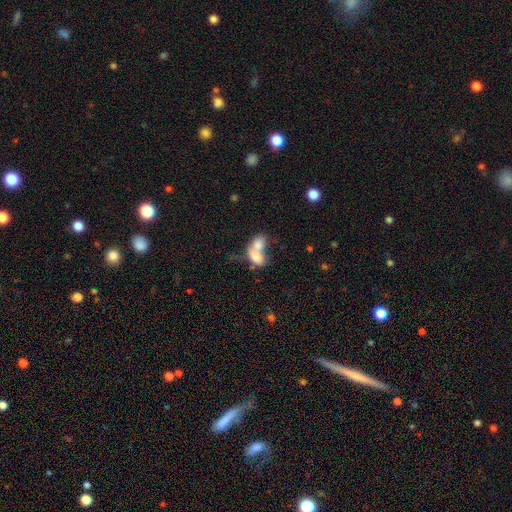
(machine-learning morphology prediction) This appears to be a smooth galaxy with no disk features (73%) that is in between round and cigar-shaped (83%). Merging: merger (78%).